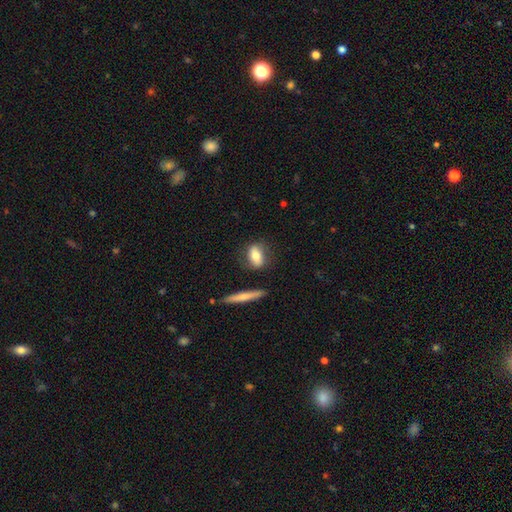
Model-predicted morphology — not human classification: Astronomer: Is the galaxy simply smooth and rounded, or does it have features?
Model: smooth — 66%.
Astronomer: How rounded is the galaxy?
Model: in between — 69%.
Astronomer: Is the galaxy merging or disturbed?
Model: none — 73%.